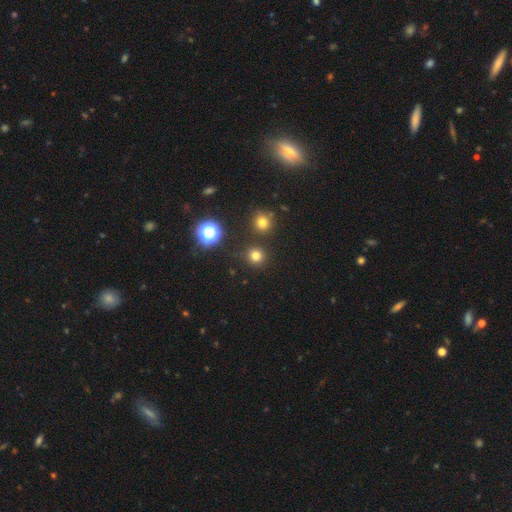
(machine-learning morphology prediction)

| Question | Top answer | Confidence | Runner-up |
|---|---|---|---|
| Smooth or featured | smooth | 73% | star or artifact (22%) |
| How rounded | round | 94% | in between (5%) |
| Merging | none | 86% | minor disturbance (6%) |